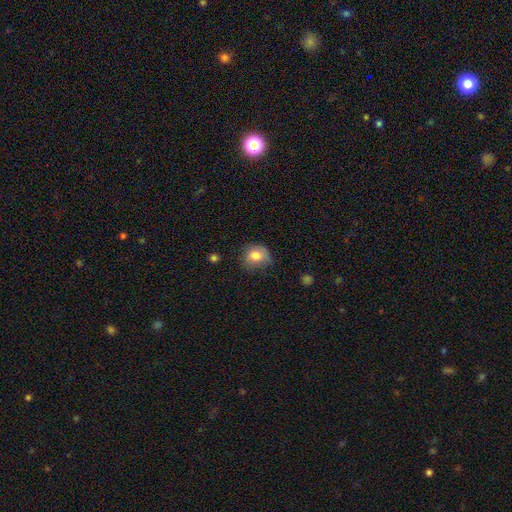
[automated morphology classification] The model was most divided on "merging": none: 58%, minor disturbance: 31%, major disturbance: 10%, merger: 2%. More confident: smooth or featured — smooth (80%); how rounded — round (68%).